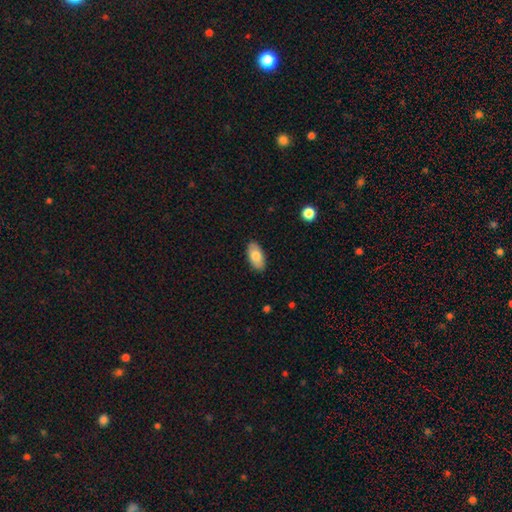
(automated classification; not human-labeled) A smooth galaxy with no disk features (78%) that is in between round and cigar-shaped (94%). Merging: none (88%).